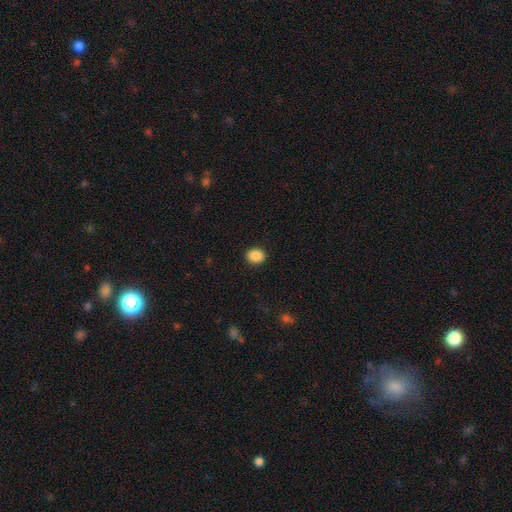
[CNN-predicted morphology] Overall: smooth (89%). How rounded: round (57%; in between 42%). Merging: none (91%).